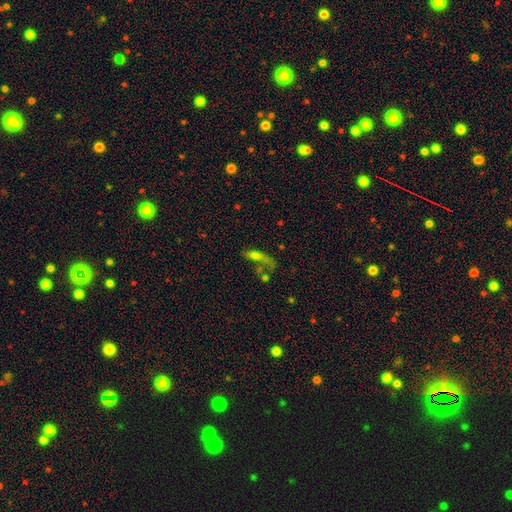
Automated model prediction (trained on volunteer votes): The model was most divided on "how rounded": in between: 49%, cigar-shaped: 45%, round: 6%. Remaining: smooth or featured — smooth (56%); merging — major disturbance (32%).